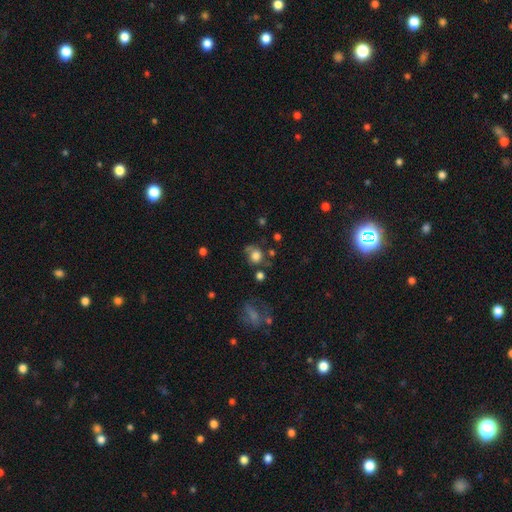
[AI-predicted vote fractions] This appears to be a smooth galaxy with no disk features (72%) that is round (75%). Merging: none (50%).